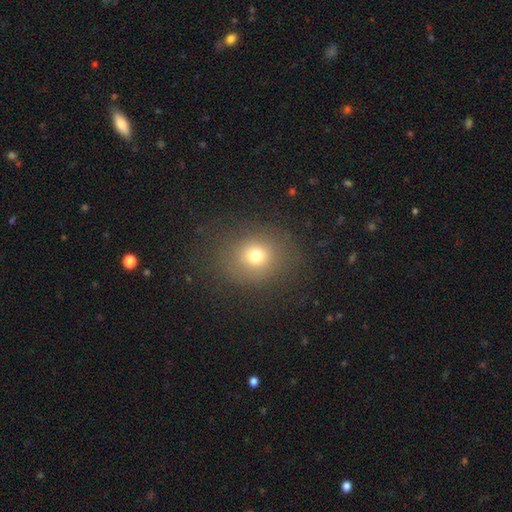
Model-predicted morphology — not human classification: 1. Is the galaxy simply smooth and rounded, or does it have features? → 71% smooth, 16% star or artifact, 12% featured or disk.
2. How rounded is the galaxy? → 73% round, 26% in between, 1% cigar-shaped.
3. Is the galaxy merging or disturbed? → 77% none, 13% minor disturbance, 8% major disturbance, 1% merger.